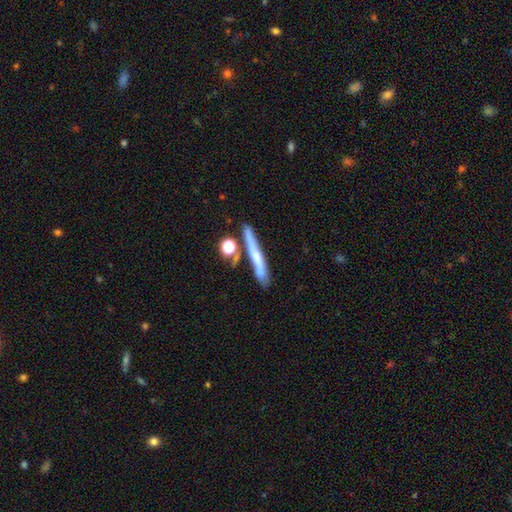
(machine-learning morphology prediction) Q: Smooth or featured?
A: smooth (52%); runner-up: featured or disk (37%)
Q: How rounded?
A: cigar-shaped (85%); runner-up: round (8%)
Q: Merging?
A: none (71%); runner-up: minor disturbance (14%)